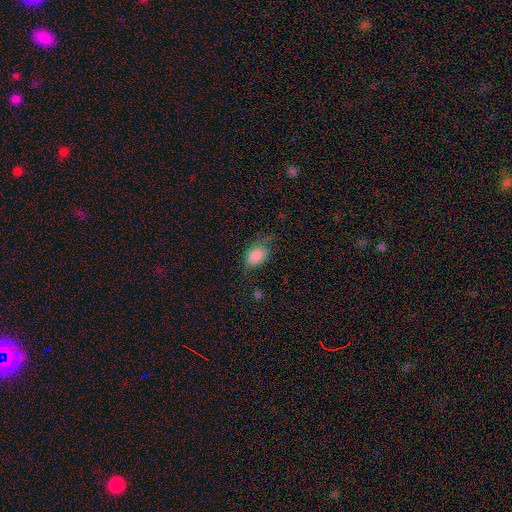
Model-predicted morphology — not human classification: Overall: smooth (83%). How rounded: in between (86%). Merging: none (48%; minor disturbance 33%).